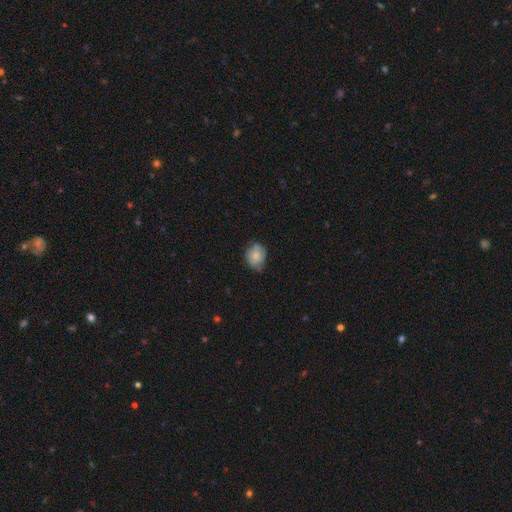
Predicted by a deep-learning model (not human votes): Smooth or featured? smooth (76%)
How rounded? round (61%)
Merging? none (61%)